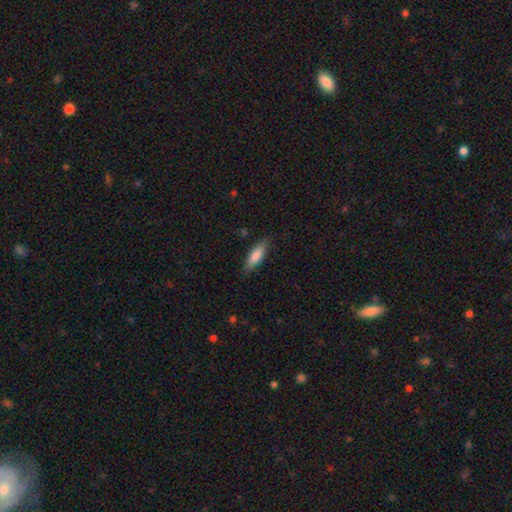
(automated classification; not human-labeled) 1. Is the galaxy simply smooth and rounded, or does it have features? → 81% smooth, 13% featured or disk, 6% star or artifact.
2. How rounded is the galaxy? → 51% cigar-shaped, 48% in between, 2% round.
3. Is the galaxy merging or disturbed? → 85% none, 11% minor disturbance, 2% major disturbance, 1% merger.